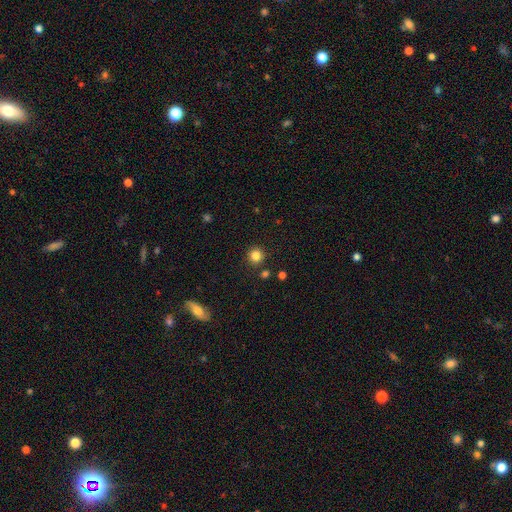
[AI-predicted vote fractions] A smooth galaxy with no disk features (84%) that is round (94%).

Vote fractions:
- Smooth or featured? smooth: 84% / star or artifact: 12% / featured or disk: 5%
- How rounded? round: 94% / in between: 5% / cigar-shaped: 1%
- Merging? none: 89% / minor disturbance: 6% / merger: 3% / major disturbance: 2%